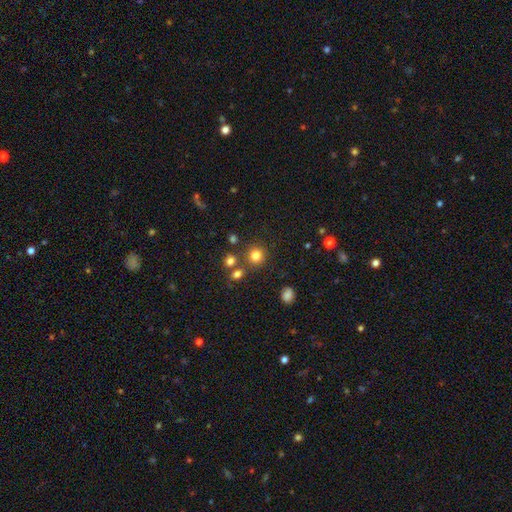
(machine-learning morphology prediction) smooth 79%, star or artifact 15%, featured or disk 6%. Down the decision tree: how rounded — round (89%); merging — none (78%).